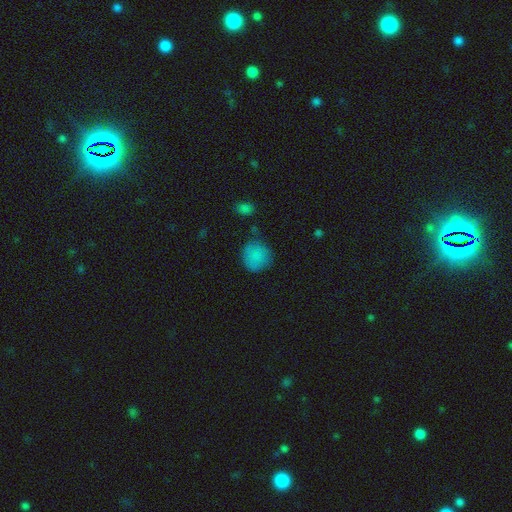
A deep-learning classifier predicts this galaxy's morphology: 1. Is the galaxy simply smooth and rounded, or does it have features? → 84% smooth, 10% star or artifact, 6% featured or disk.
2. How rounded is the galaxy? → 89% round, 10% in between, 1% cigar-shaped.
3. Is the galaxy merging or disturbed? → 67% none, 21% minor disturbance, 7% major disturbance, 6% merger.